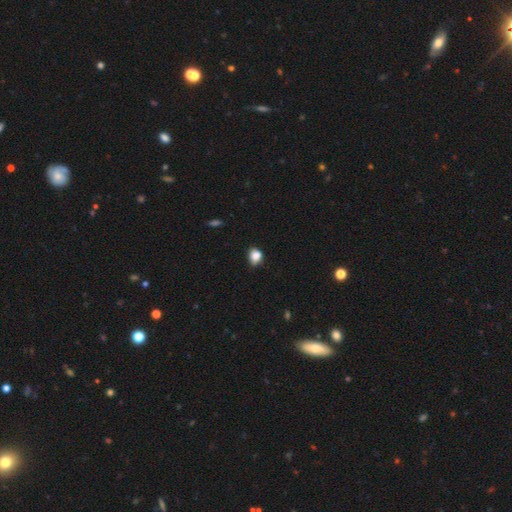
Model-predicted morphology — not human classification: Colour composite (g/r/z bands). It shows a smooth galaxy with no disk features (85%) that is in between round and cigar-shaped (50%). Merging: none (65%).